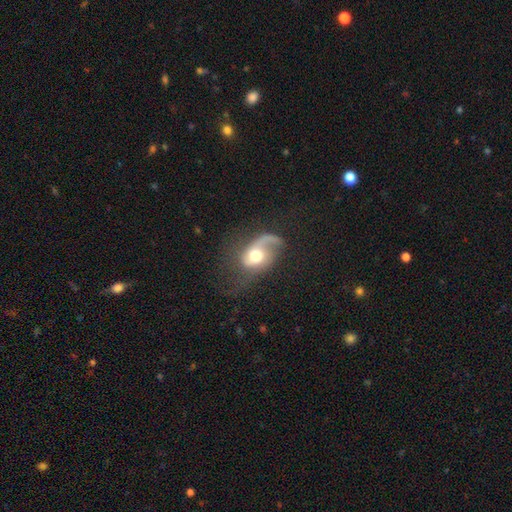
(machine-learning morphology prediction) This appears to be a featured or disk galaxy (65%) with no bar (72%), 1 (62%) loose (60%) spiral arms (85%) and a moderate central bulge (64%). Merging: none (38%).